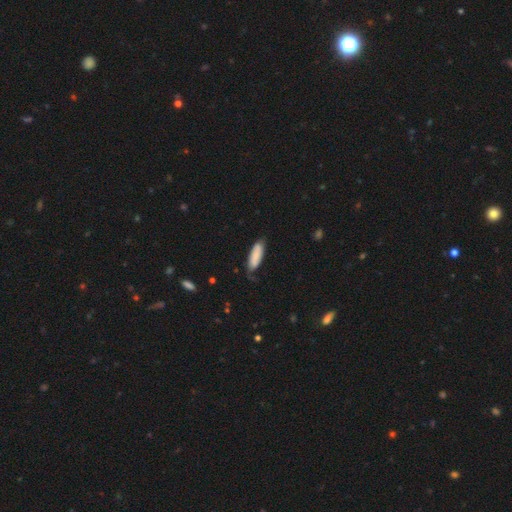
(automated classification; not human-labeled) A smooth galaxy with no disk features (82%) that is in between round and cigar-shaped (56%).

Vote fractions:
- Smooth or featured? smooth: 82% / featured or disk: 12% / star or artifact: 6%
- How rounded? in between: 56% / cigar-shaped: 43% / round: 2%
- Merging? none: 58% / minor disturbance: 31% / major disturbance: 9% / merger: 2%